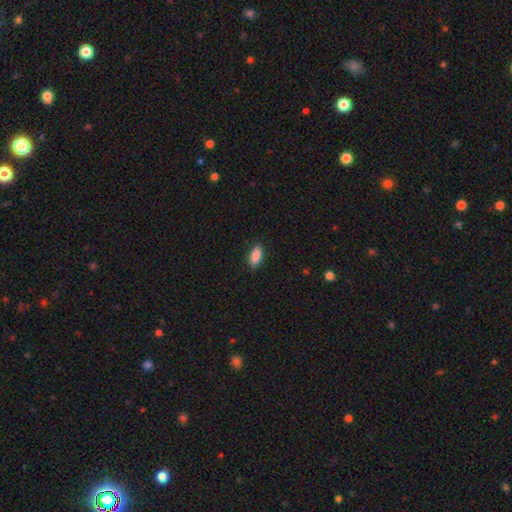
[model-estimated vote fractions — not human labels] A smooth galaxy with no disk features (87%) that is in between round and cigar-shaped (86%). Merging: none (88%).